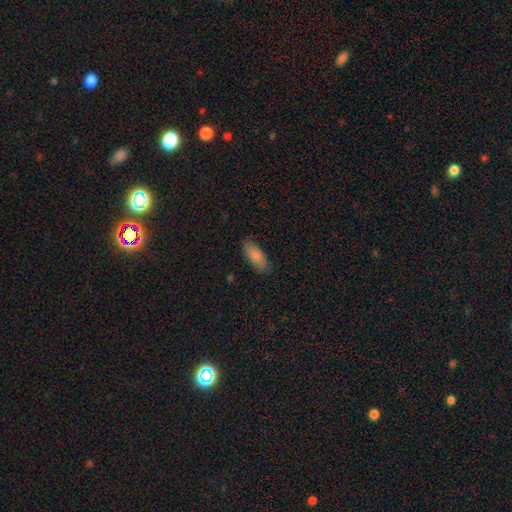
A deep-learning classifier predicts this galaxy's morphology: This is clearly a smooth galaxy (85%). How rounded: likely in between (79%). Merging: clearly none (84%).